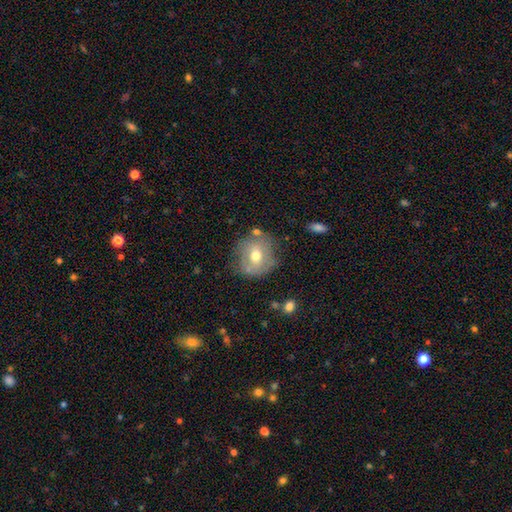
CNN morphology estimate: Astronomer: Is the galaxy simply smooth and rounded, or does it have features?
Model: smooth — 58%.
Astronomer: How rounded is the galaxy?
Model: round — 82%.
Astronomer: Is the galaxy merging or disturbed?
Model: none — 67%.